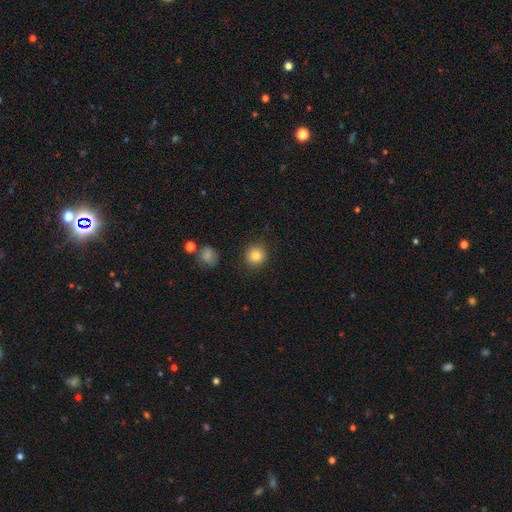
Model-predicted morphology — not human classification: A smooth galaxy with no disk features (84%) that is round (94%).

Vote fractions:
- Smooth or featured? smooth: 84% / star or artifact: 10% / featured or disk: 6%
- How rounded? round: 94% / in between: 5% / cigar-shaped: 1%
- Merging? none: 91% / minor disturbance: 6% / major disturbance: 2% / merger: 1%